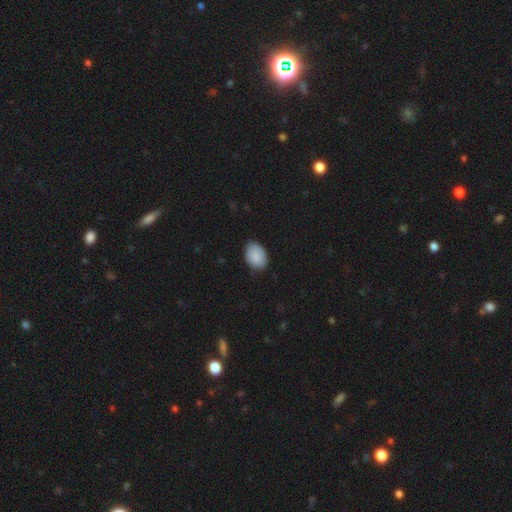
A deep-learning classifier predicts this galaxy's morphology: The model was most divided on "merging": none: 72%, minor disturbance: 24%, major disturbance: 3%, merger: 1%. More confident: smooth or featured — smooth (87%); how rounded — in between (82%).